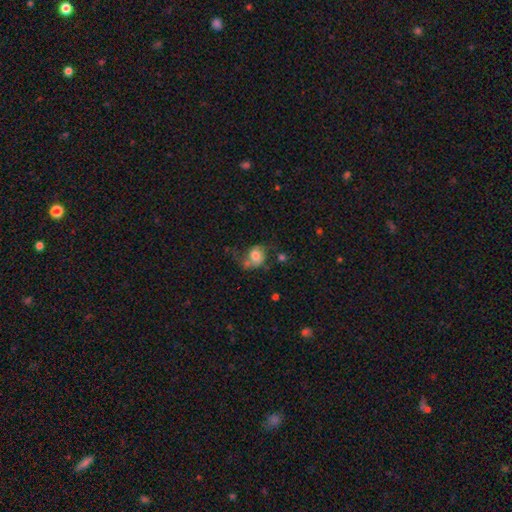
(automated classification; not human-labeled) Smooth or featured: smooth — 57% (featured or disk — 34%)
How rounded: round — 57% (in between — 42%)
Merging: none — 39% (minor disturbance — 25%)